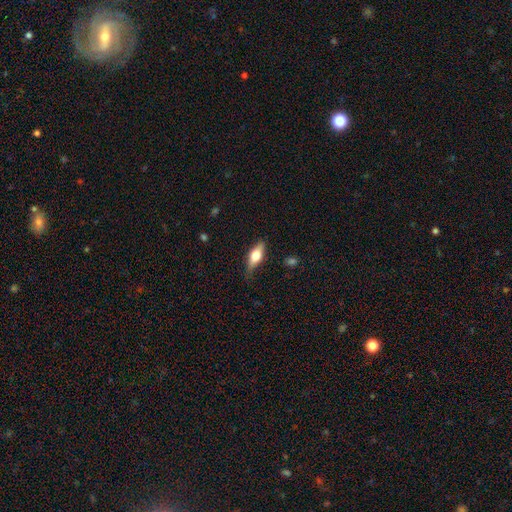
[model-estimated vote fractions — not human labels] Smooth or featured: smooth — 57% (featured or disk — 36%)
How rounded: in between — 67% (cigar-shaped — 29%)
Merging: none — 74% (minor disturbance — 20%)